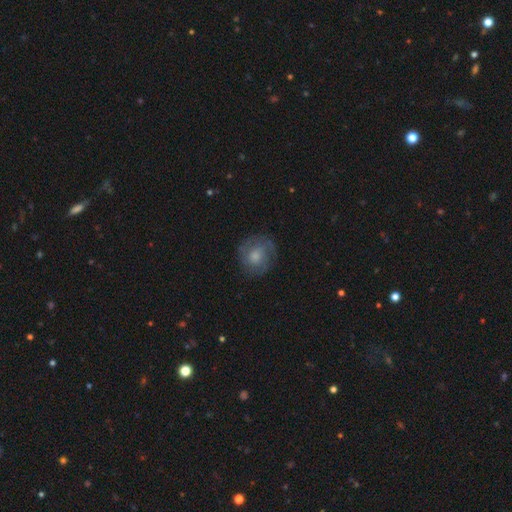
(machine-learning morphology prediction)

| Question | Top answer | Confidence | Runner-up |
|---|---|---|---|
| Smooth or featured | smooth | 49% | featured or disk (42%) |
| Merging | none | 74% | minor disturbance (17%) |